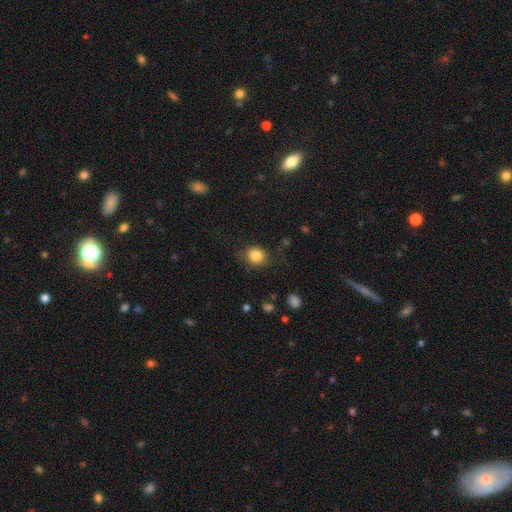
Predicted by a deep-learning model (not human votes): Morphology: type=smooth (83%); roundness=round (78%); merging=none (79%).